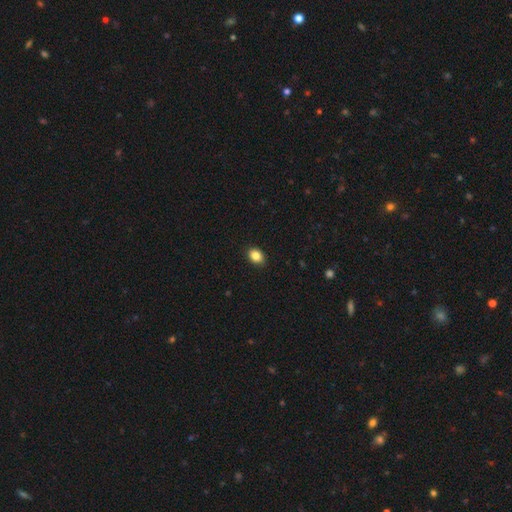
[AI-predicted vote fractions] Overall: smooth (85%). How rounded: in between (70%). Merging: none (89%).